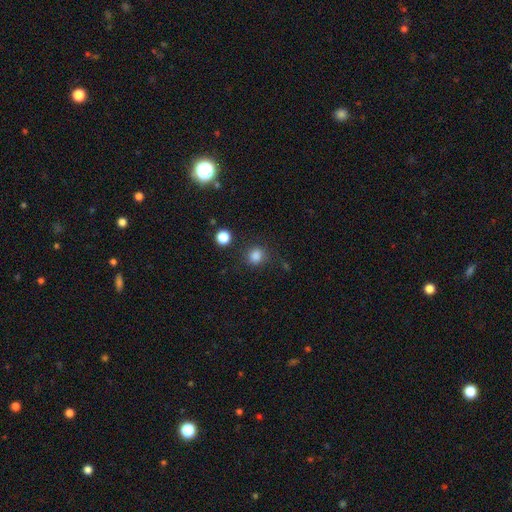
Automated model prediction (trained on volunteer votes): Smooth or featured?
  - smooth: 84% *
  - star or artifact: 13%
  - featured or disk: 4%
How rounded?
  - round: 87% *
  - in between: 12%
  - cigar-shaped: 1%
Merging?
  - none: 83% *
  - minor disturbance: 10%
  - major disturbance: 4%
  - merger: 3%